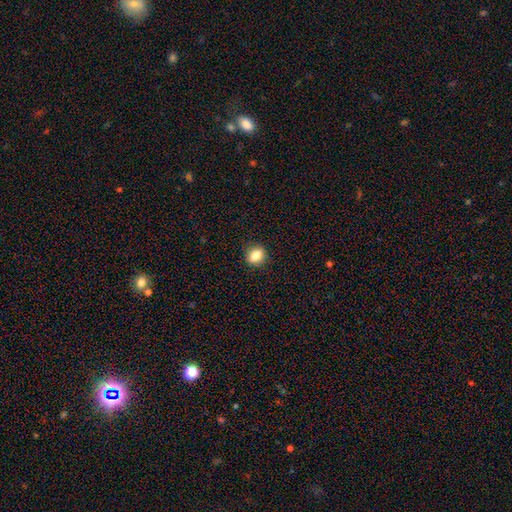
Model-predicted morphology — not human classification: smooth-or-featured: smooth: 83% | star or artifact: 10% | featured or disk: 8%
  how-rounded: round: 49% (tied) | in between: 49% (tied) | cigar-shaped: 2%
  merging: none: 89% | minor disturbance: 8% | major disturbance: 2% | merger: 1%